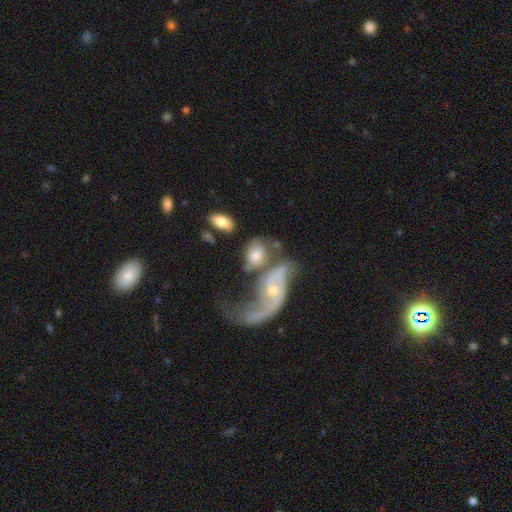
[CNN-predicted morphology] This appears to be a smooth galaxy with no disk features (47%). Merging: merger (43%).